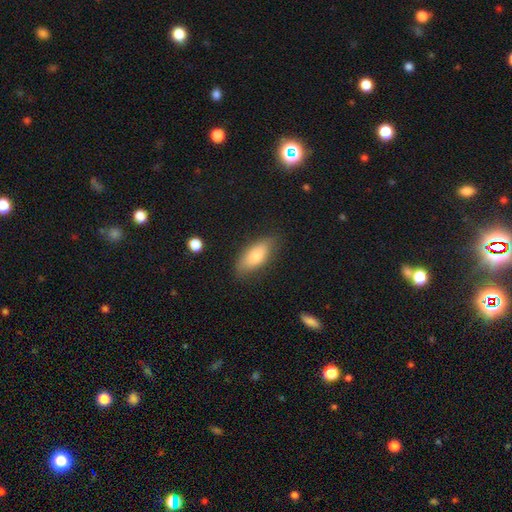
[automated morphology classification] type=smooth (74%); roundness=in between (81%); merging=none (80%).